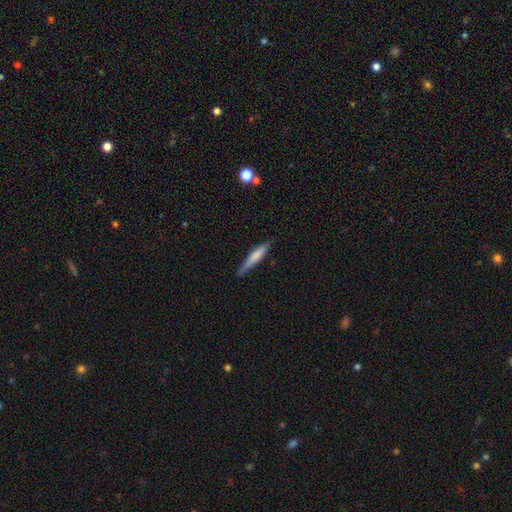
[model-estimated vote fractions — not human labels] smooth 64%, featured or disk 30%, star or artifact 6%. Down the decision tree: how rounded — cigar-shaped (92%); merging — none (79%).